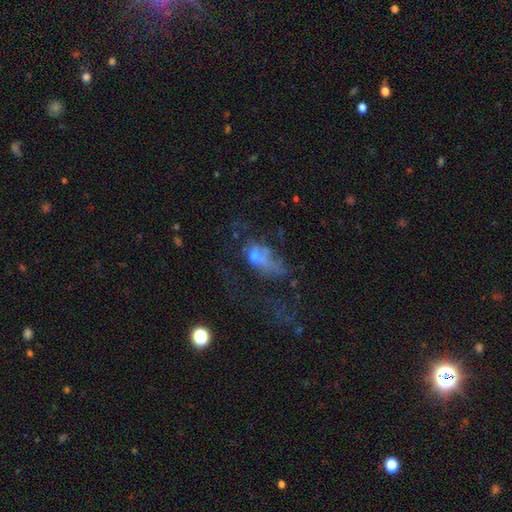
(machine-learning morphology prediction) smooth-or-featured: smooth: 41% | featured or disk: 40% | star or artifact: 19%
  merging: major disturbance: 50% | none: 23% | minor disturbance: 15% | merger: 12%